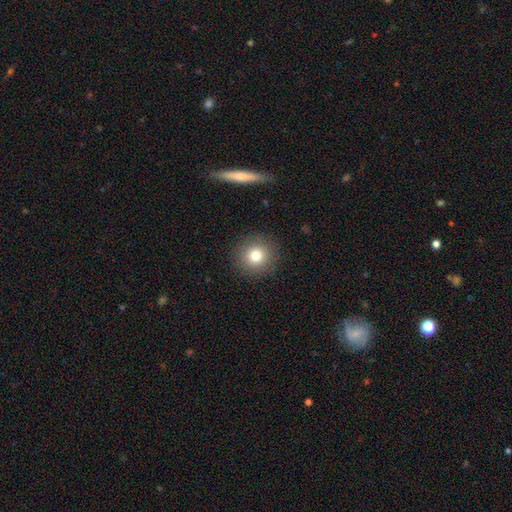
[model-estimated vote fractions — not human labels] Smooth or featured?
  - smooth: 79% *
  - star or artifact: 12%
  - featured or disk: 9%
How rounded?
  - round: 93% *
  - in between: 6%
  - cigar-shaped: 1%
Merging?
  - none: 90% *
  - minor disturbance: 6%
  - major disturbance: 2%
  - merger: 1%